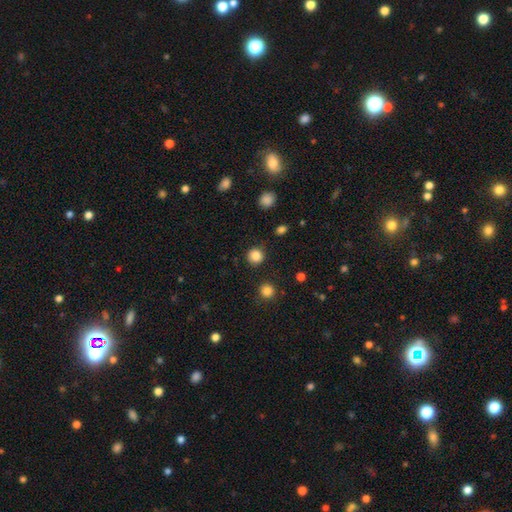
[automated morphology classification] This is clearly a smooth galaxy (85%). How rounded: clearly round (92%). Merging: clearly none (88%).